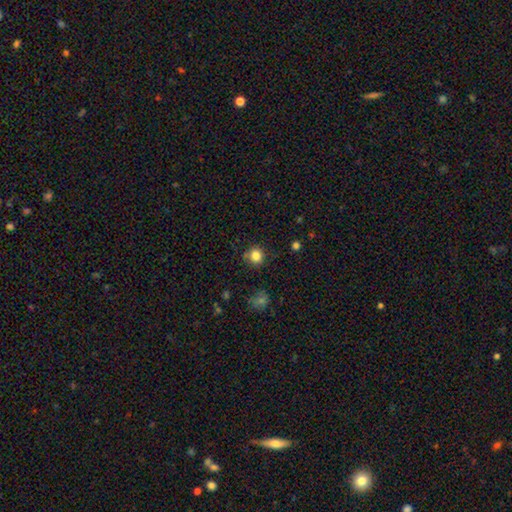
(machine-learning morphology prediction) Q: Smooth or featured?
A: smooth (84%); runner-up: star or artifact (12%)
Q: How rounded?
A: round (91%); runner-up: in between (8%)
Q: Merging?
A: none (83%); runner-up: minor disturbance (11%)